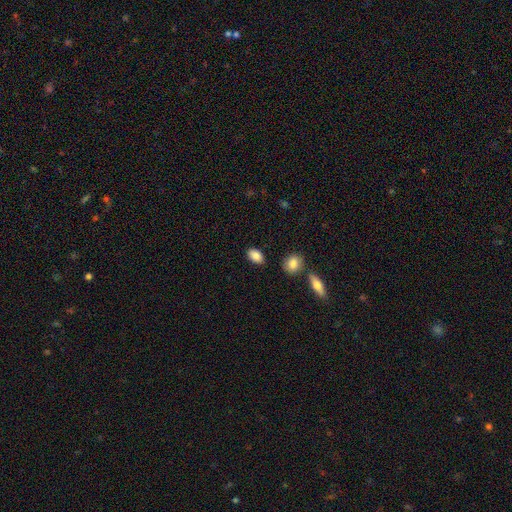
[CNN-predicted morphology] This is clearly a smooth galaxy (88%). How rounded: clearly in between (89%). Merging: clearly none (86%).